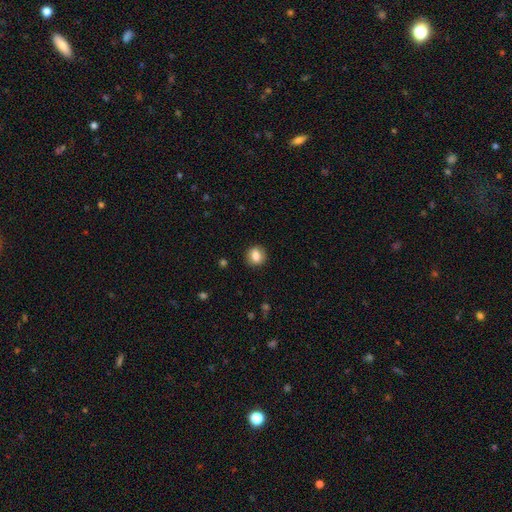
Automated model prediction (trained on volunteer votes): Smooth or featured?
  - smooth: 78% *
  - featured or disk: 13%
  - star or artifact: 9%
How rounded?
  - round: 74% *
  - in between: 25%
  - cigar-shaped: 1%
Merging?
  - none: 88% *
  - minor disturbance: 8%
  - major disturbance: 3%
  - merger: 1%